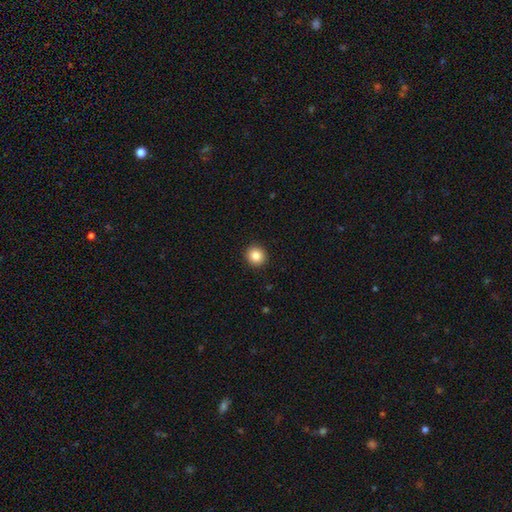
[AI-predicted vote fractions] smooth 85%, star or artifact 10%, featured or disk 5%. Down the decision tree: how rounded — round (92%); merging — none (93%).